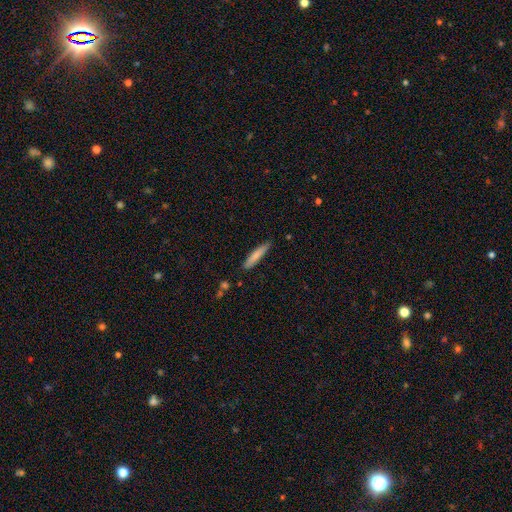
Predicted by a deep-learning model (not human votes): The model was most divided on "smooth or featured": smooth: 76%, featured or disk: 18%, star or artifact: 6%. More confident: how rounded — cigar-shaped (91%); merging — none (84%).